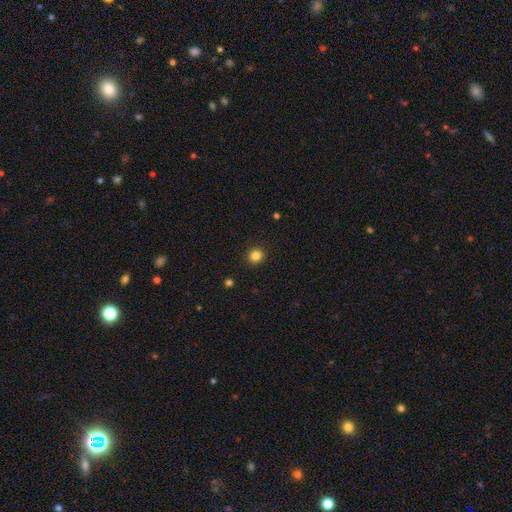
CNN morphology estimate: This is clearly a smooth galaxy (84%). How rounded: clearly round (86%). Merging: clearly none (91%).